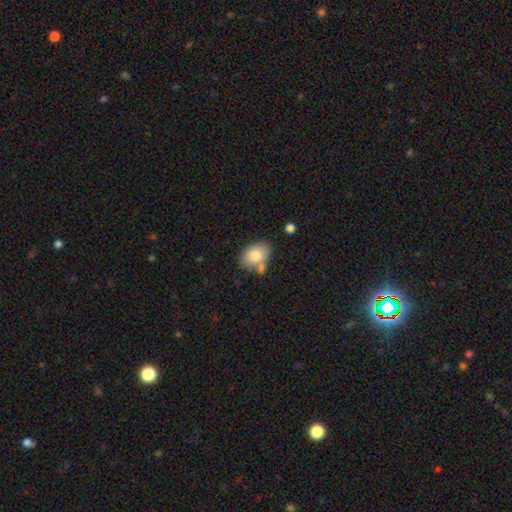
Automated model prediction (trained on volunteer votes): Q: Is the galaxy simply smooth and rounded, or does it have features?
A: smooth — 82%.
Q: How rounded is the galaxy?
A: in between — 79%.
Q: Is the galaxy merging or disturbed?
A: none — 58%.